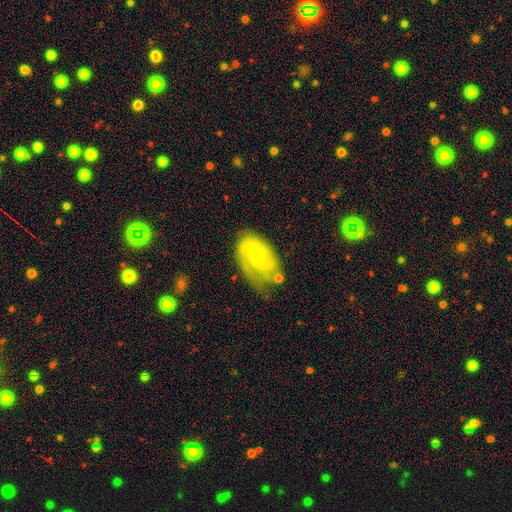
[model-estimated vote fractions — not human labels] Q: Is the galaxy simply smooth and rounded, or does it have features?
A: featured or disk — 78%.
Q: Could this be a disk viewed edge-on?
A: no — 97%.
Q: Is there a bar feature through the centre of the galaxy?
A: no — 62%.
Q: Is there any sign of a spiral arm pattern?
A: yes — 93%.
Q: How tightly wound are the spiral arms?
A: tight — 47%.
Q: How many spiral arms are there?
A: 2 — 65%.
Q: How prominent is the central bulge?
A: small — 62%.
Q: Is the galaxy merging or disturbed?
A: none — 56%.